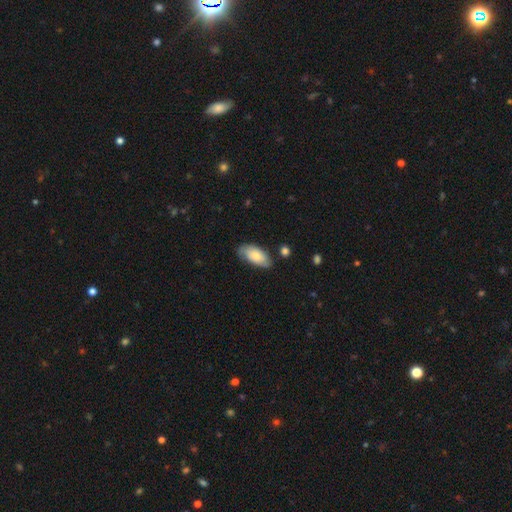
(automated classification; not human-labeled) This is likely a smooth galaxy (70%). How rounded: clearly in between (92%). Merging: likely none (70%).